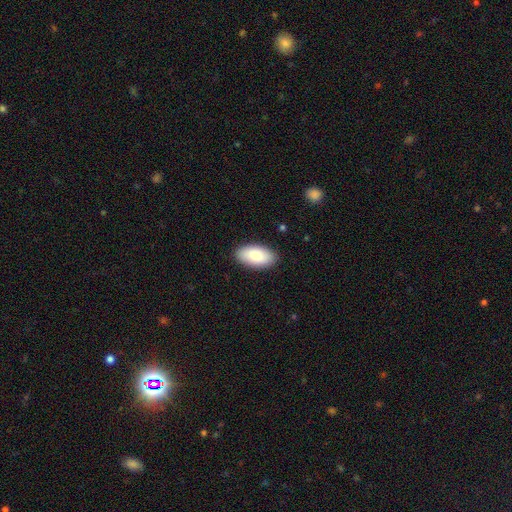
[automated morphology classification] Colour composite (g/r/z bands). It shows a smooth galaxy with no disk features (83%) that is in between round and cigar-shaped (95%). Merging: none (88%).